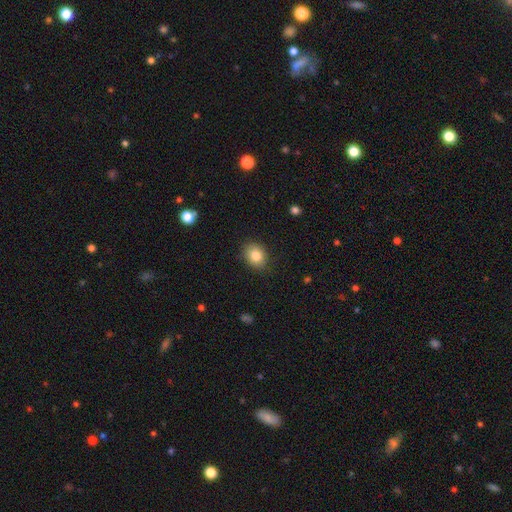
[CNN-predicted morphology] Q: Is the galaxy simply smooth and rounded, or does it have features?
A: smooth — 84%.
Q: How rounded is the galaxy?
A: round — 50%.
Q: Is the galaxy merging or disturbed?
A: none — 86%.